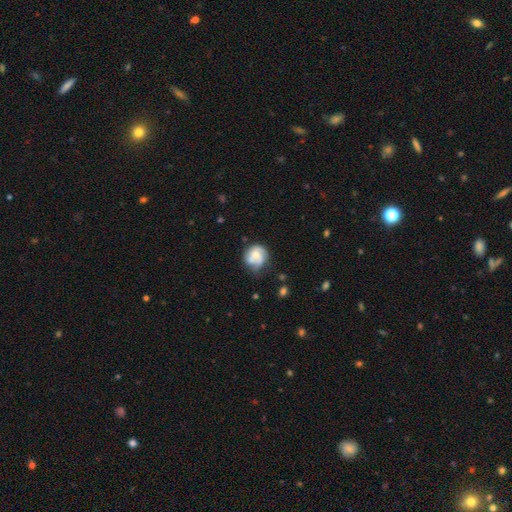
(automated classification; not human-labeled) Overall: featured or disk (51%; smooth 41%). Edge-on disk: no (98%). Bar: no (74%). Spiral arms: yes (70%). Bulge size: moderate (55%; small 33%). Merging: none (52%; minor disturbance 27%).